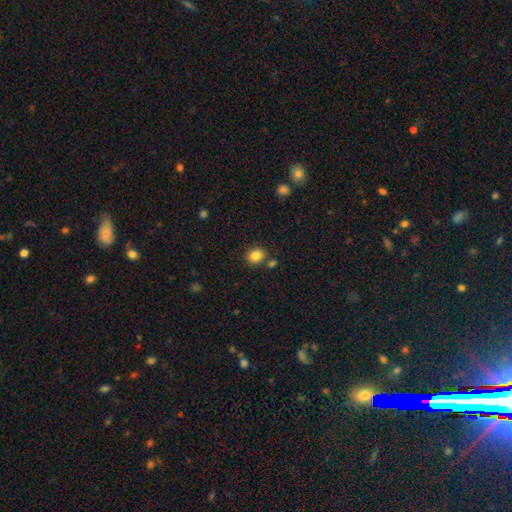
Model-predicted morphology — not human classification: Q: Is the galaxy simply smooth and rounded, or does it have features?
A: smooth — 84%.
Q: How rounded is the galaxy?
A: round — 70%.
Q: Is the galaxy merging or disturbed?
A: none — 78%.